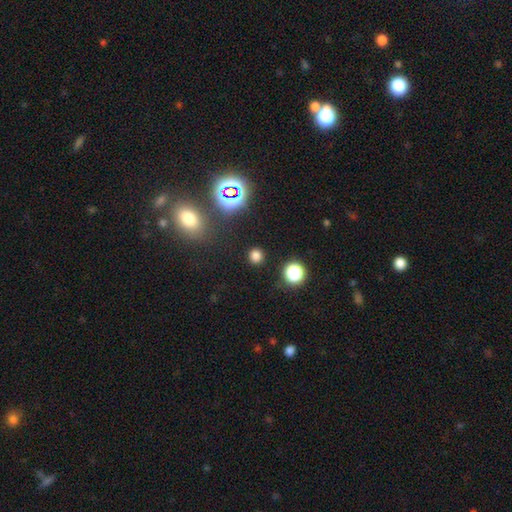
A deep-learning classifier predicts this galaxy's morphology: The model was most divided on "smooth or featured": smooth: 74%, star or artifact: 22%, featured or disk: 4%. More confident: merging — none (90%); how rounded — round (89%).